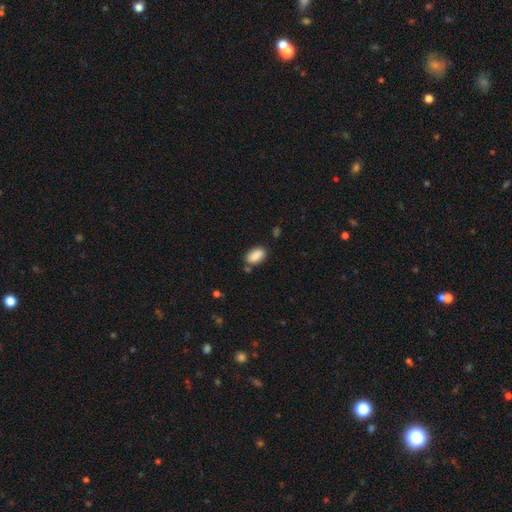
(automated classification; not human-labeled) Morphology: type=smooth (87%); roundness=in between (91%); merging=none (74%).